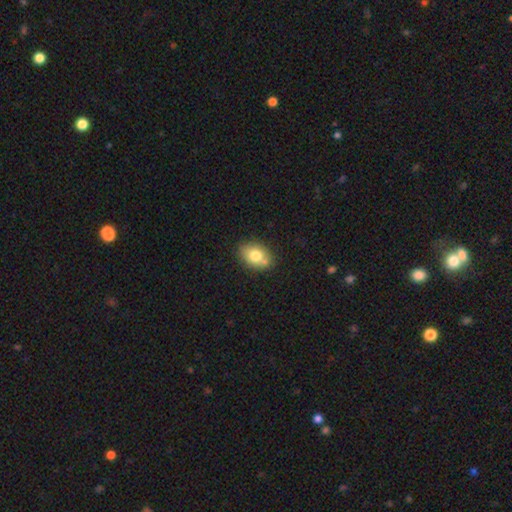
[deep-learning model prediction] Smooth or featured? Predicted: smooth (p=0.76). How rounded? Predicted: in between (p=0.74). Merging? Predicted: none (p=0.71).